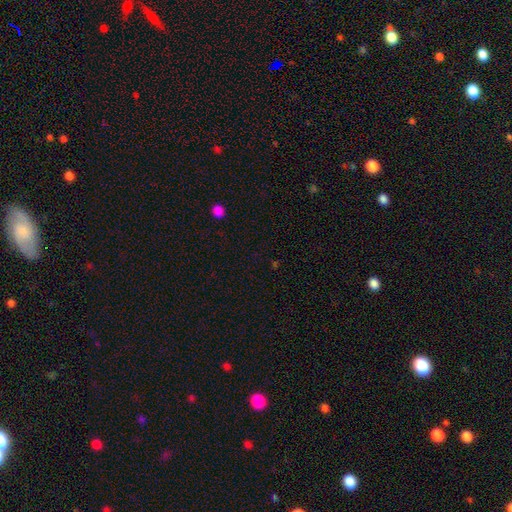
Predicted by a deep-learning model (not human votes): smooth-or-featured: star or artifact: 58% | smooth: 35% | featured or disk: 7%